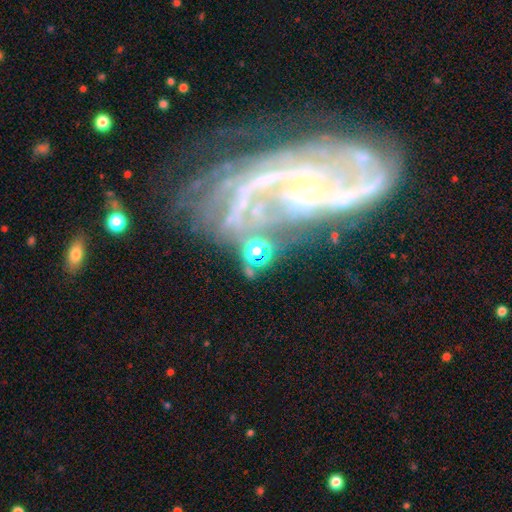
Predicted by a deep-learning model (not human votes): Overall: featured or disk (44%; star or artifact 28%). Merging: none (58%).